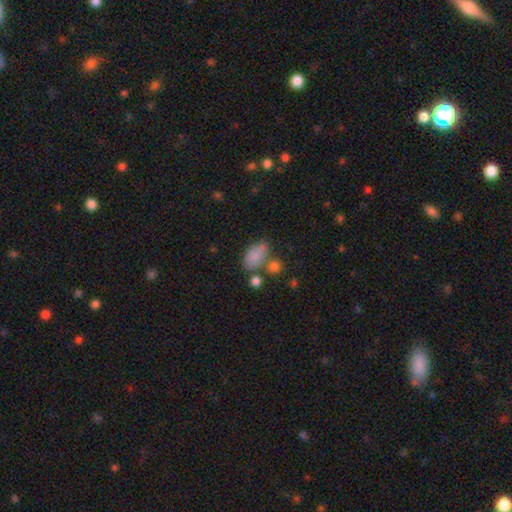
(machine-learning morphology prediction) smooth_or_featured: smooth (p=0.79) [alt: featured or disk p=0.11]
how_rounded: in between (p=0.89) [alt: round p=0.09]
merging: none (p=0.48) [alt: minor disturbance p=0.21]